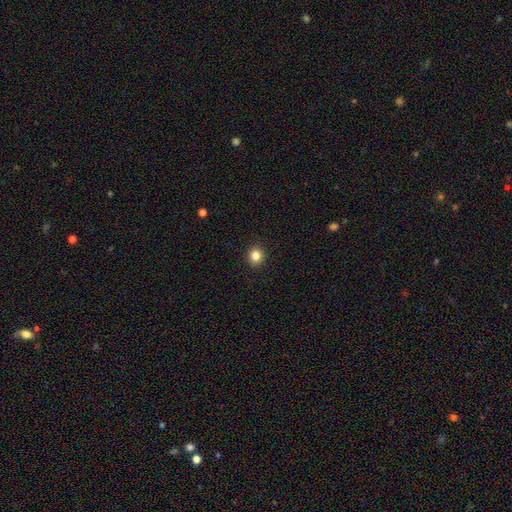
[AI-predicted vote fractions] Smooth or featured: smooth — 85% (star or artifact — 11%)
How rounded: round — 81% (in between — 18%)
Merging: none — 92% (minor disturbance — 5%)